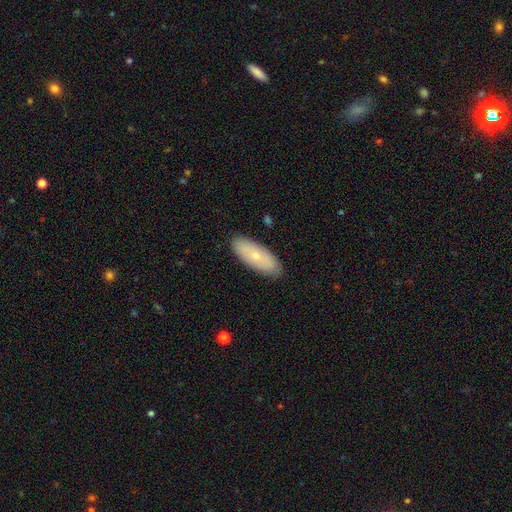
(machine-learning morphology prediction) Overall: smooth (66%; featured or disk 28%). How rounded: in between (76%). Merging: none (88%).